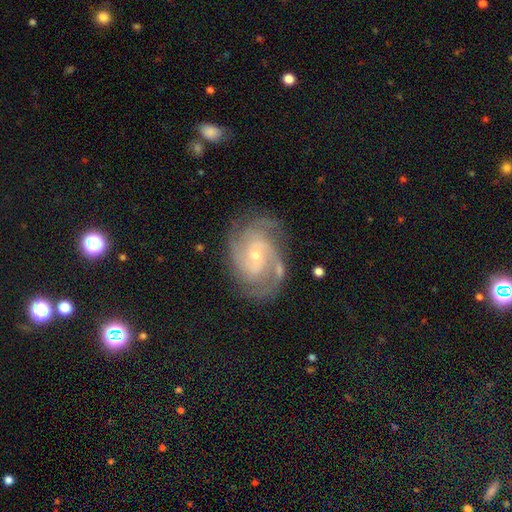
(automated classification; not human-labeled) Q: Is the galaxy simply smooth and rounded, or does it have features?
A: featured or disk — 89%.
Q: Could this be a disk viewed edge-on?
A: no — 98%.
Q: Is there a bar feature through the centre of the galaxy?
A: no — 58%.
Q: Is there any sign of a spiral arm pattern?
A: yes — 98%.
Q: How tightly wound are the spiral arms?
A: tight — 56%.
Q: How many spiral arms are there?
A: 3 — 37%.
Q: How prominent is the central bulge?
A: small — 70%.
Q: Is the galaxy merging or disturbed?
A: none — 73%.